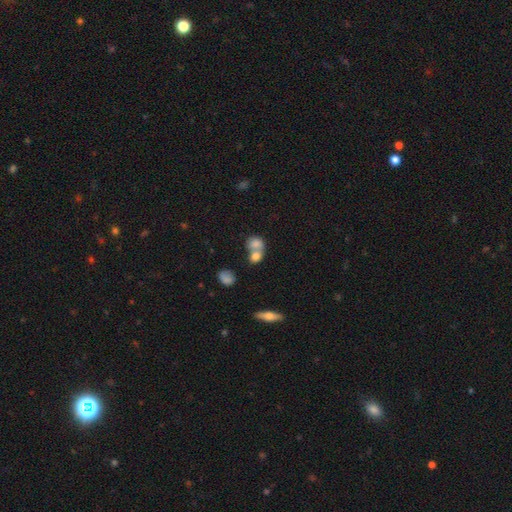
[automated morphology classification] A smooth galaxy with no disk features (74%) that is round (52%).

Vote fractions:
- Smooth or featured? smooth: 74% / featured or disk: 16% / star or artifact: 10%
- How rounded? round: 52% / in between: 46% / cigar-shaped: 2%
- Merging? merger: 63% / none: 26% / minor disturbance: 7% / major disturbance: 4%